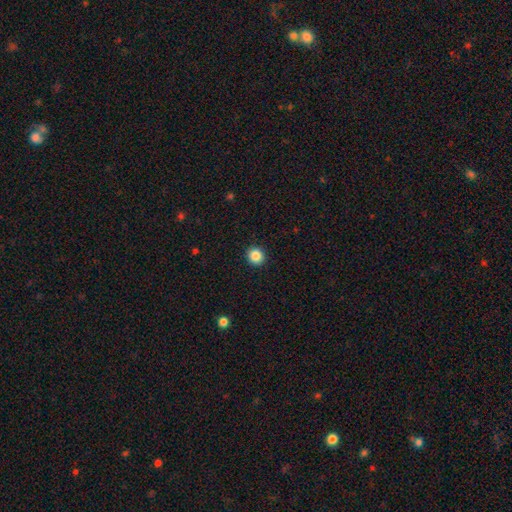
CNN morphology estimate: type=smooth (86%); roundness=round (91%); merging=none (93%).